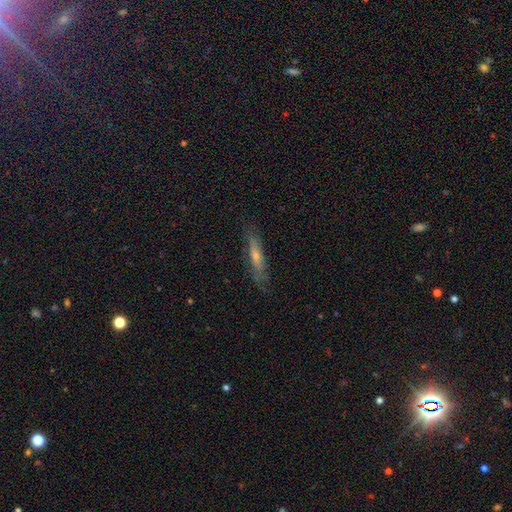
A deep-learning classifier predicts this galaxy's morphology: A featured or disk galaxy (50%) viewed edge-on (68%).

Vote fractions:
- Smooth or featured? featured or disk: 50% / smooth: 41% / star or artifact: 9%
- Edge-on disk? yes: 68% / no: 32%
- Merging? none: 77% / minor disturbance: 17% / major disturbance: 5% / merger: 1%